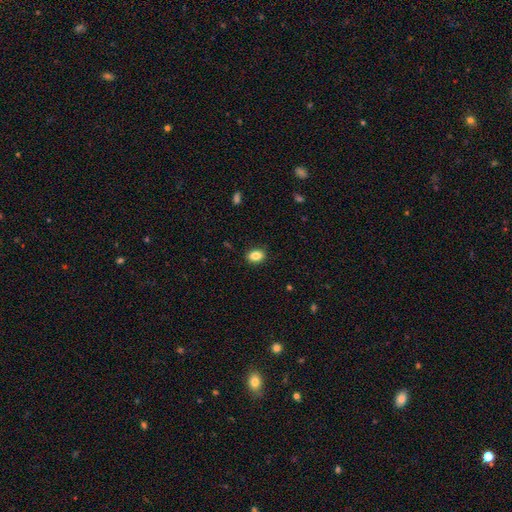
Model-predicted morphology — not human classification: A smooth galaxy with no disk features (85%) that is in between round and cigar-shaped (79%). Merging: none (87%).